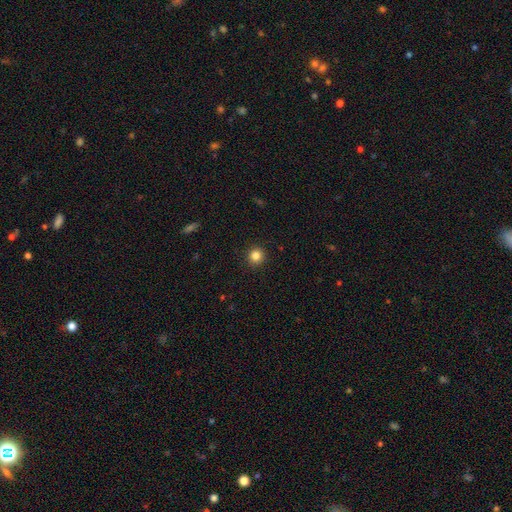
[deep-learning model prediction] This is clearly a smooth galaxy (84%). How rounded: clearly round (94%). Merging: clearly none (92%).